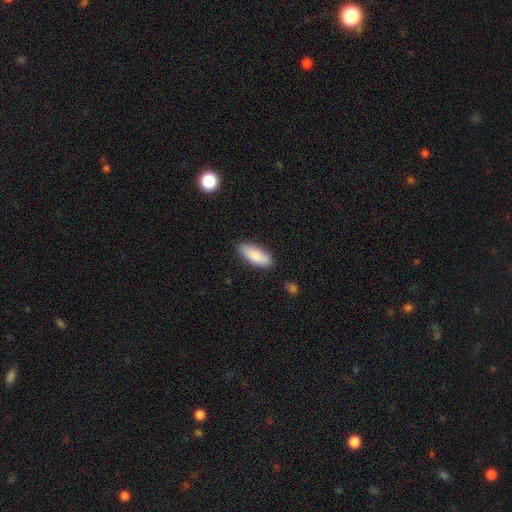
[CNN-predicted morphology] smooth_or_featured: smooth (p=0.85) [alt: featured or disk p=0.09]
how_rounded: in between (p=0.74) [alt: cigar-shaped p=0.24]
merging: none (p=0.86) [alt: minor disturbance p=0.11]